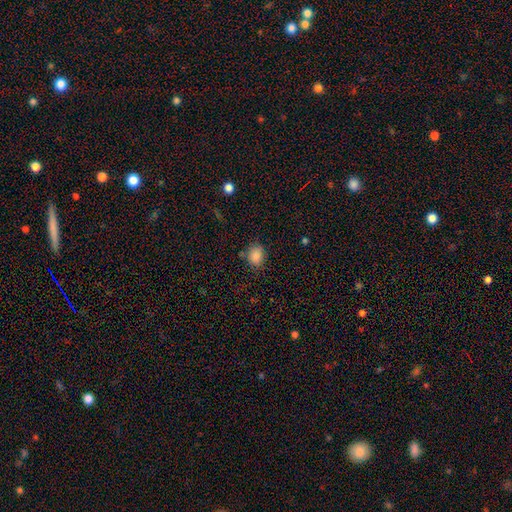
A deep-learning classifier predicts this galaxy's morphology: Smooth or featured? Predicted: smooth (p=0.86). How rounded? Predicted: in between (p=0.51). Merging? Predicted: none (p=0.75).